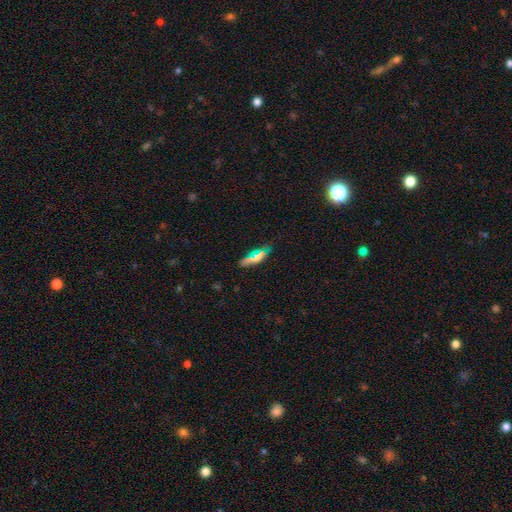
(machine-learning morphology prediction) Smooth or featured?
  - smooth: 59% *
  - featured or disk: 25%
  - star or artifact: 17%
How rounded?
  - cigar-shaped: 48% *
  - in between: 46%
  - round: 6%
Merging?
  - none: 81% *
  - minor disturbance: 13%
  - major disturbance: 4%
  - merger: 3%